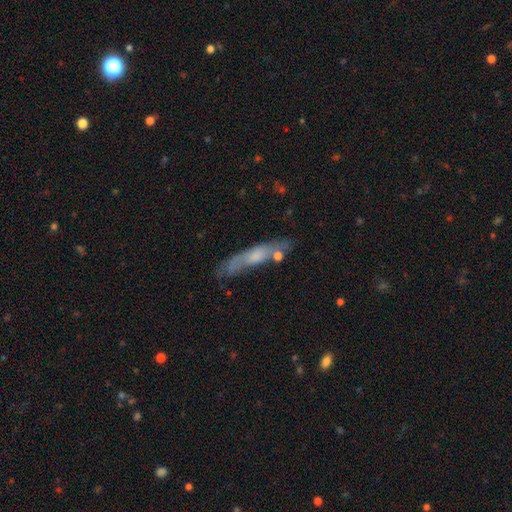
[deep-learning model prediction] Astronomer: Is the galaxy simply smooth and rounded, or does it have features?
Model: featured or disk — 46%, tied with smooth at 46%.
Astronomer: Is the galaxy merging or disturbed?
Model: none — 58%.